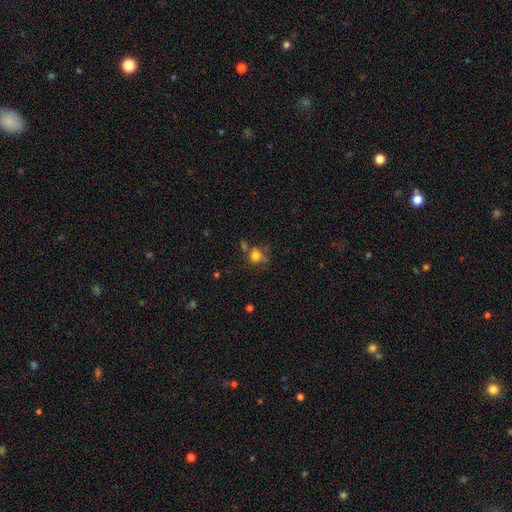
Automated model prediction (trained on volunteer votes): smooth-or-featured: smooth: 74% | star or artifact: 15% | featured or disk: 12%
  how-rounded: round: 79% | in between: 19% | cigar-shaped: 1%
  merging: none: 56% | minor disturbance: 18% | merger: 17% | major disturbance: 9%